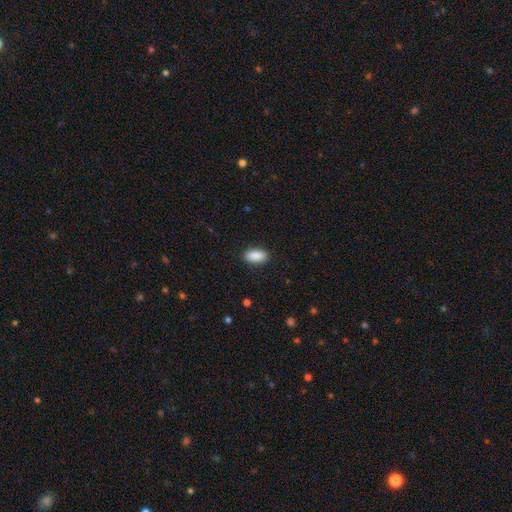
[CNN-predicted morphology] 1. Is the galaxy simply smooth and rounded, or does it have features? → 90% smooth, 7% star or artifact, 3% featured or disk.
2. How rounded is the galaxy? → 93% in between, 4% cigar-shaped, 3% round.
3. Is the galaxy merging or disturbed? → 89% none, 8% minor disturbance, 2% major disturbance, 1% merger.